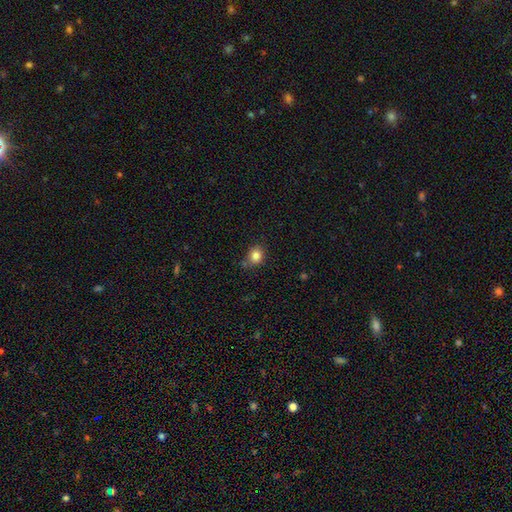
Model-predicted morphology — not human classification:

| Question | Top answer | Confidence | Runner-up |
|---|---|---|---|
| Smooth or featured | smooth | 84% | star or artifact (11%) |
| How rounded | round | 71% | in between (28%) |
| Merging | none | 72% | minor disturbance (18%) |